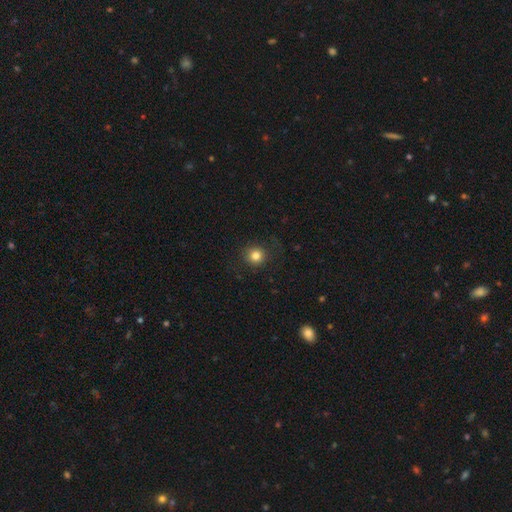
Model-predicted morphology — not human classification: Smooth or featured: smooth — 82% (star or artifact — 12%)
How rounded: round — 92% (in between — 7%)
Merging: none — 87% (minor disturbance — 9%)